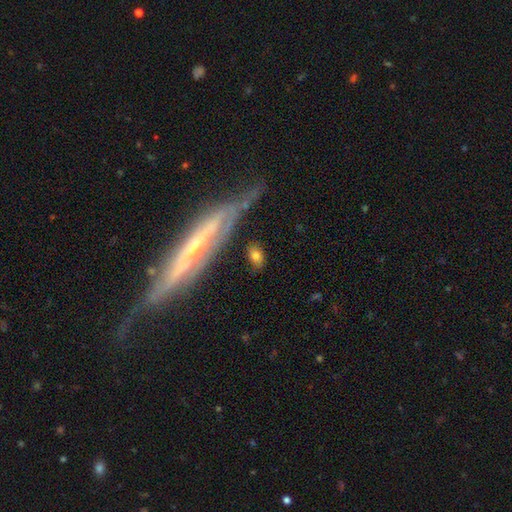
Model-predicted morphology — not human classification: Smooth or featured? Predicted: smooth (p=0.72). How rounded? Predicted: in between (p=0.77). Merging? Predicted: none (p=0.74).